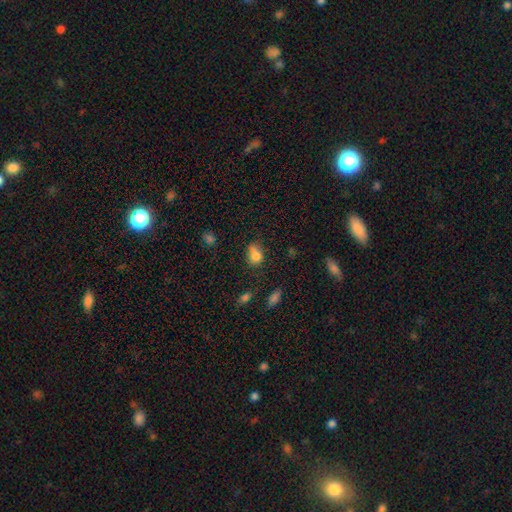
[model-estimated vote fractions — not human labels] This is likely a smooth galaxy (77%). How rounded: possibly in between (50%). Merging: marginally none (40%).